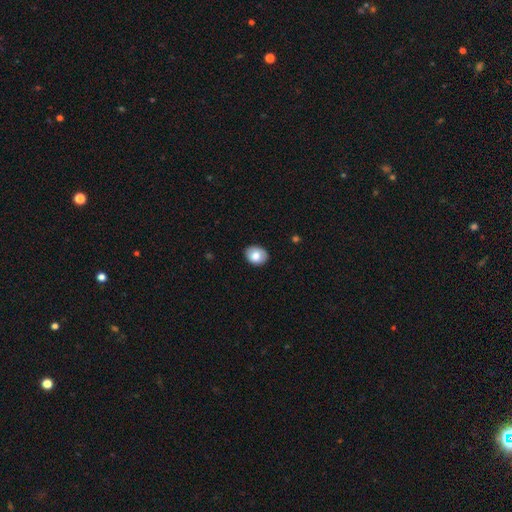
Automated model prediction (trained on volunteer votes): Smooth or featured? Predicted: smooth (p=0.82). How rounded? Predicted: in between (p=0.57). Merging? Predicted: none (p=0.85).